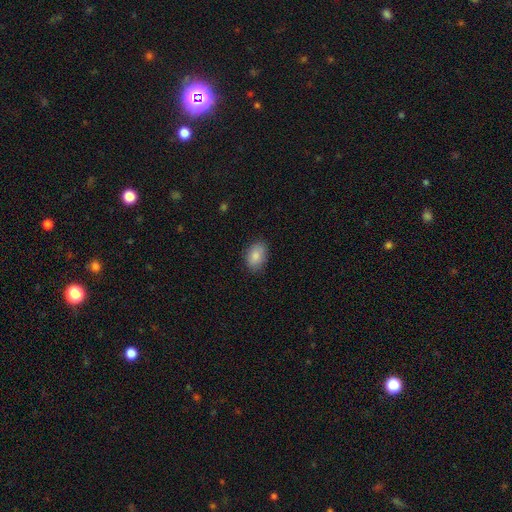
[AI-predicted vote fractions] Smooth or featured? smooth (86%)
How rounded? in between (84%)
Merging? none (85%)